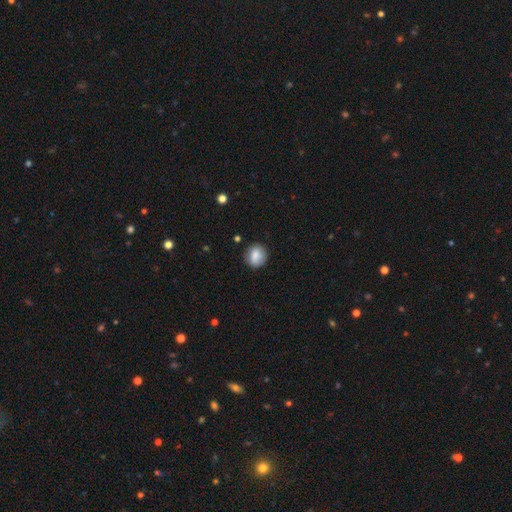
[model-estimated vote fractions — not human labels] A smooth galaxy with no disk features (81%) that is round (78%). Merging: none (83%).